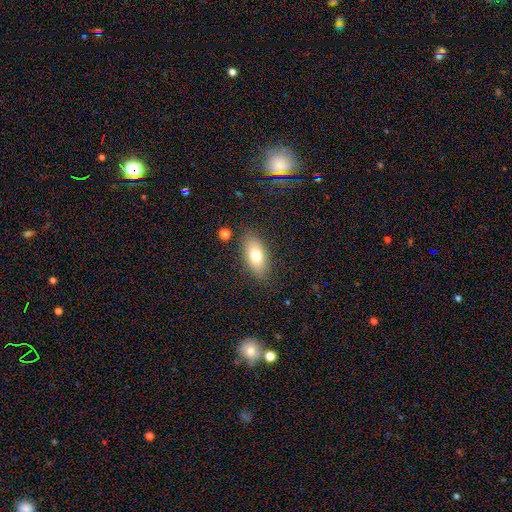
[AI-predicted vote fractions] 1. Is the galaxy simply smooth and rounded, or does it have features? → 72% smooth, 19% featured or disk, 8% star or artifact.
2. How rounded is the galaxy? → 85% in between, 10% cigar-shaped, 5% round.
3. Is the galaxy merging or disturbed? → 84% none, 11% minor disturbance, 3% major disturbance, 2% merger.